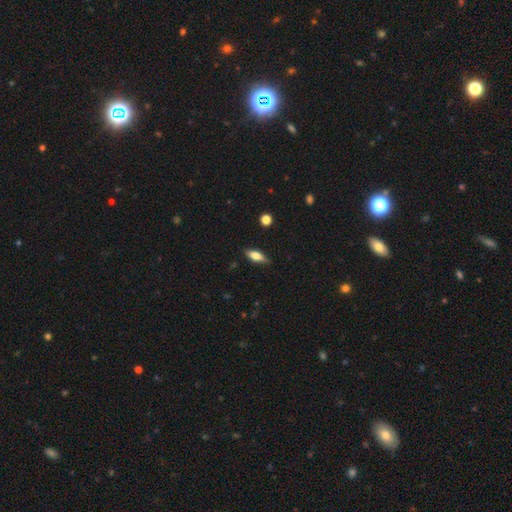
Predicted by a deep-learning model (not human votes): Smooth or featured? smooth (68%)
How rounded? in between (69%)
Merging? none (80%)